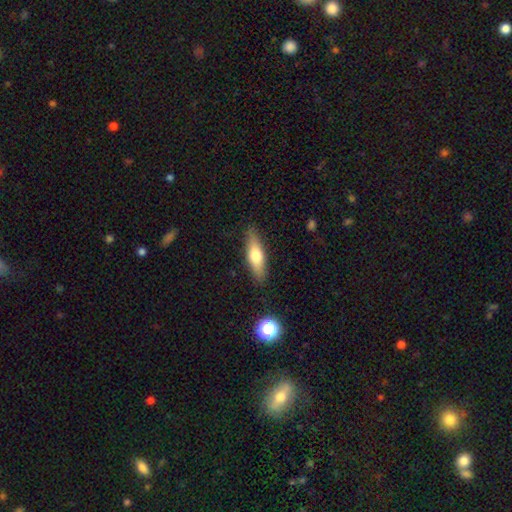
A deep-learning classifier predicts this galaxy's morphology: Smooth or featured: smooth — 62% (featured or disk — 32%)
How rounded: cigar-shaped — 53% (in between — 44%)
Merging: none — 86% (minor disturbance — 10%)